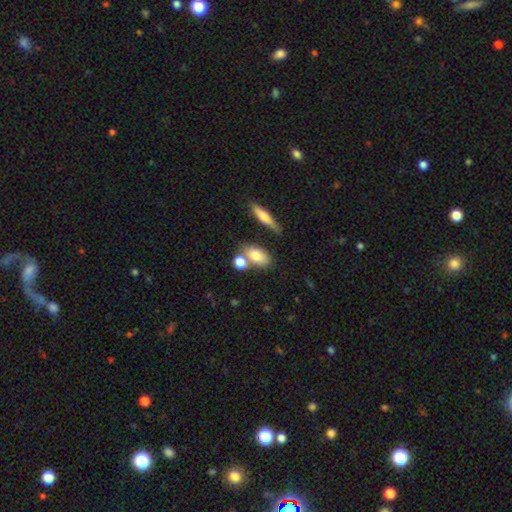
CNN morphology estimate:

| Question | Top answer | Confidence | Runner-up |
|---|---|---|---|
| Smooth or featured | smooth | 79% | featured or disk (13%) |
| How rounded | in between | 78% | round (15%) |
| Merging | none | 52% | merger (30%) |